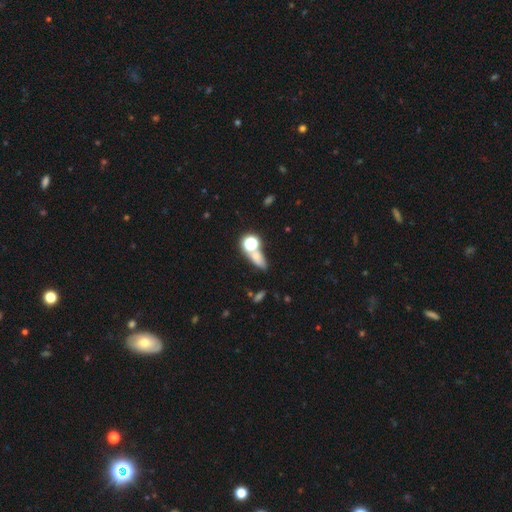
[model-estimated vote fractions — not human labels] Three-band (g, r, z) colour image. It shows a smooth galaxy with no disk features (56%) that is in between round and cigar-shaped (51%). Merging: none (53%).